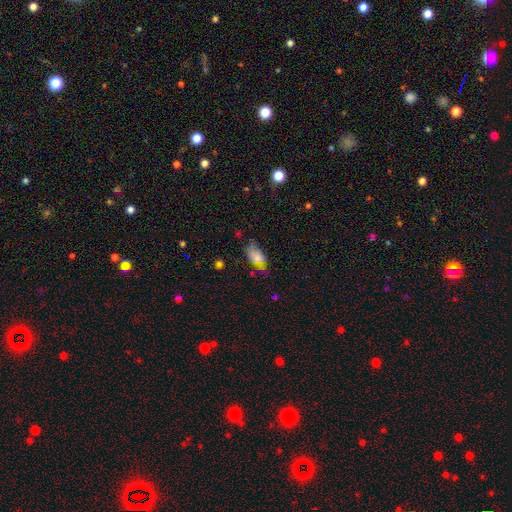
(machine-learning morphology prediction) smooth_or_featured: smooth (p=0.58) [alt: featured or disk p=0.26]
how_rounded: in between (p=0.80) [alt: cigar-shaped p=0.14]
merging: none (p=0.55) [alt: minor disturbance p=0.29]